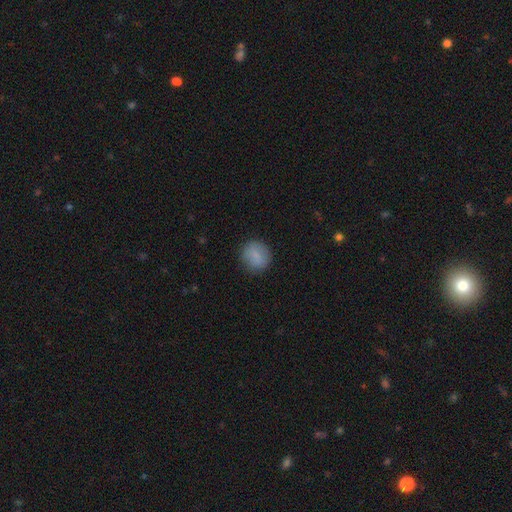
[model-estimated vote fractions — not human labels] Morphology: type=smooth (84%); roundness=round (83%); merging=none (84%).